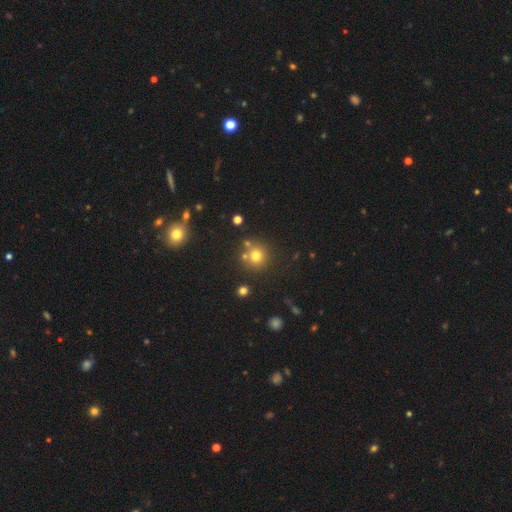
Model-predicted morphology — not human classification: The model was most divided on "smooth or featured": smooth: 73%, star or artifact: 17%, featured or disk: 10%. More confident: how rounded — round (91%); merging — none (72%).